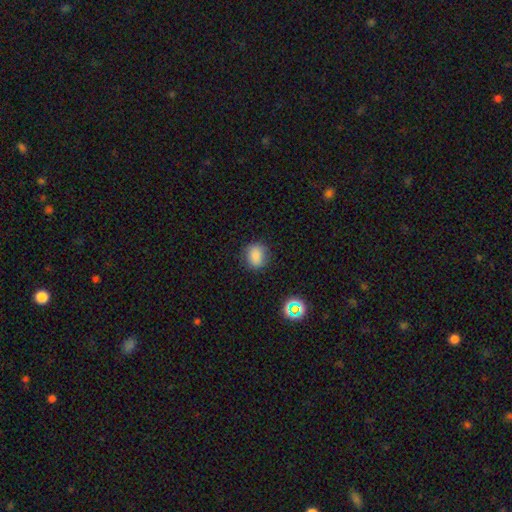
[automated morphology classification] smooth 83%, star or artifact 12%, featured or disk 5%. Down the decision tree: how rounded — round (65%); merging — none (82%).